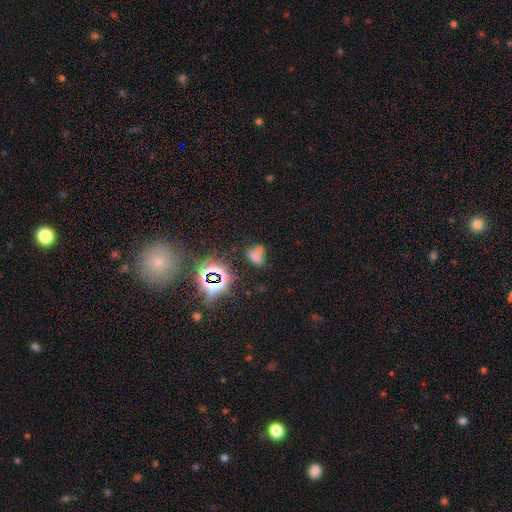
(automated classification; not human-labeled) A smooth galaxy with no disk features (55%) that is in between round and cigar-shaped (73%). Merging: merger (39%).